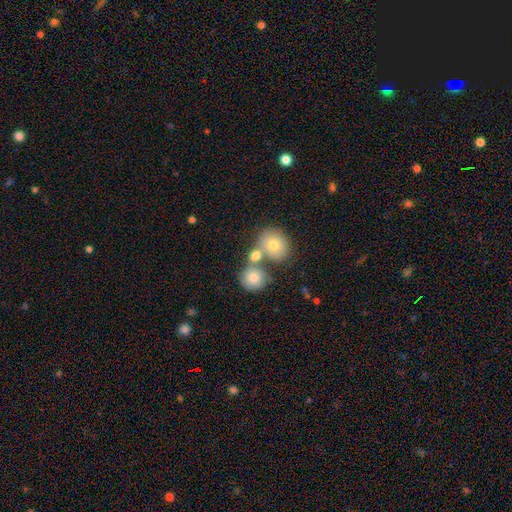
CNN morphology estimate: This is likely a smooth galaxy (76%). How rounded: likely round (76%). Merging: marginally none (44%, tied with merger).